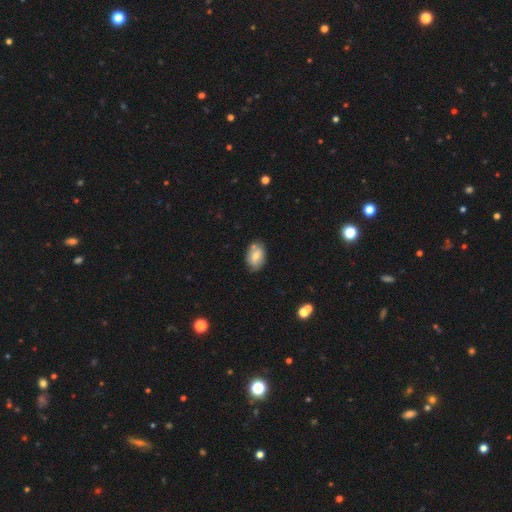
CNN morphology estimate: smooth 64%, featured or disk 28%, star or artifact 8%. Down the decision tree: how rounded — in between (88%); merging — none (70%).